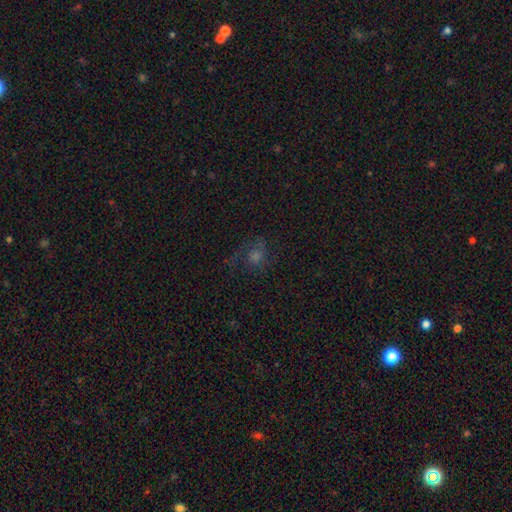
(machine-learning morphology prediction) smooth_or_featured: smooth (p=0.36) [alt: featured or disk p=0.35]
merging: none (p=0.58) [alt: major disturbance p=0.22]